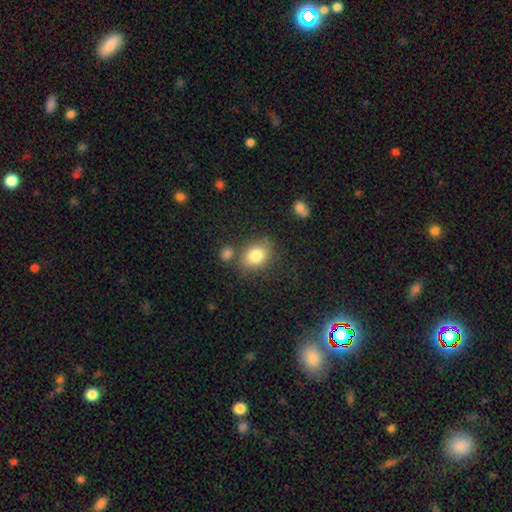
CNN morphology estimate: smooth 82%, featured or disk 10%, star or artifact 9%. Down the decision tree: how rounded — in between (64%); merging — none (71%).